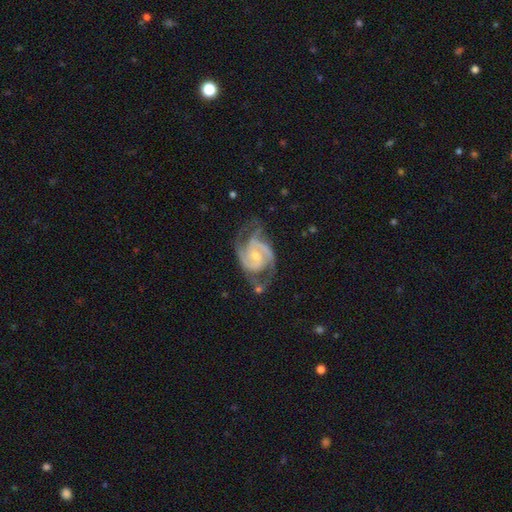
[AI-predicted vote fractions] Q: Smooth or featured?
A: featured or disk (92%); runner-up: star or artifact (4%)
Q: Edge-on disk?
A: no (98%); runner-up: yes (2%)
Q: Bar?
A: no (47%); runner-up: weak (41%)
Q: Spiral arms?
A: yes (98%); runner-up: no (2%)
Q: Spiral winding?
A: medium (52%); runner-up: tight (39%)
Q: Spiral arm count?
A: 2 (64%); runner-up: 3 (22%)
Q: Bulge size?
A: small (56%); runner-up: moderate (40%)
Q: Merging?
A: none (62%); runner-up: minor disturbance (22%)